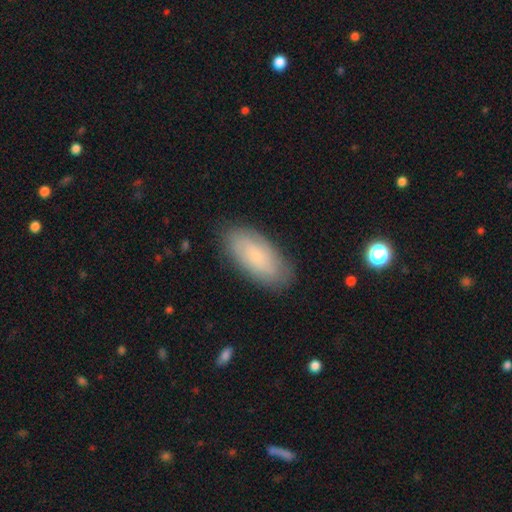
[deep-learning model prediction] The model was most divided on "smooth or featured": smooth: 70%, featured or disk: 23%, star or artifact: 7%. More confident: how rounded — in between (87%); merging — none (83%).